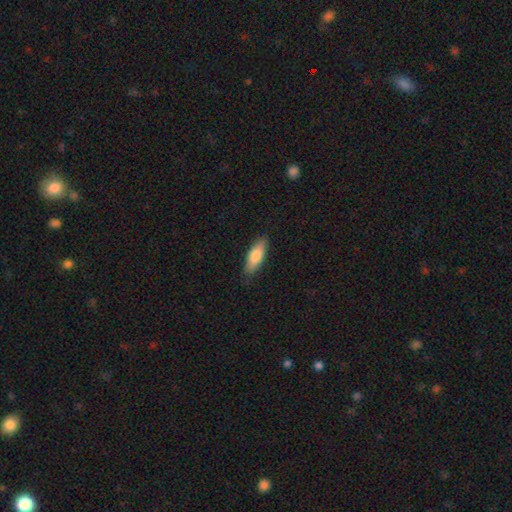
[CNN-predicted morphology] smooth-or-featured: smooth: 80% | featured or disk: 14% | star or artifact: 5%
  how-rounded: in between: 63% | cigar-shaped: 35% | round: 2%
  merging: none: 85% | minor disturbance: 12% | major disturbance: 2% | merger: 1%